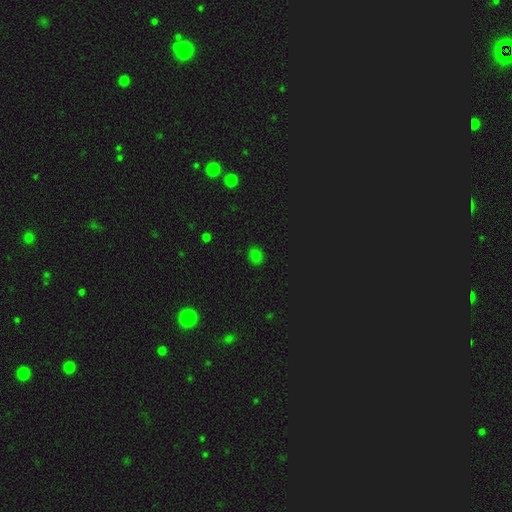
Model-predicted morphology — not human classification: Smooth or featured?
  - smooth: 71% *
  - star or artifact: 25%
  - featured or disk: 4%
How rounded?
  - round: 56% *
  - in between: 43%
  - cigar-shaped: 2%
Merging?
  - none: 85% *
  - minor disturbance: 11%
  - major disturbance: 3%
  - merger: 1%